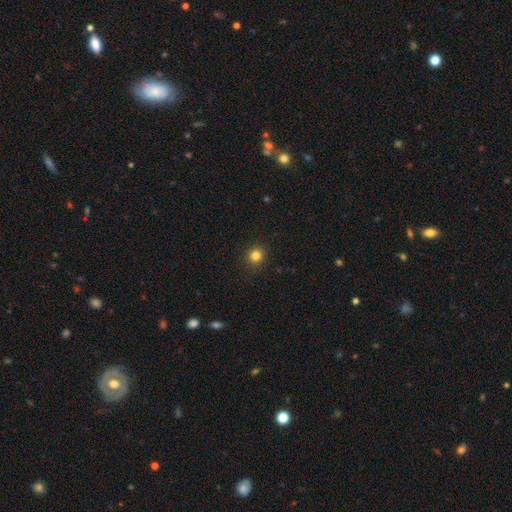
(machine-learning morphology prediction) Q: Smooth or featured?
A: smooth (82%); runner-up: star or artifact (13%)
Q: How rounded?
A: round (90%); runner-up: in between (9%)
Q: Merging?
A: none (91%); runner-up: minor disturbance (6%)